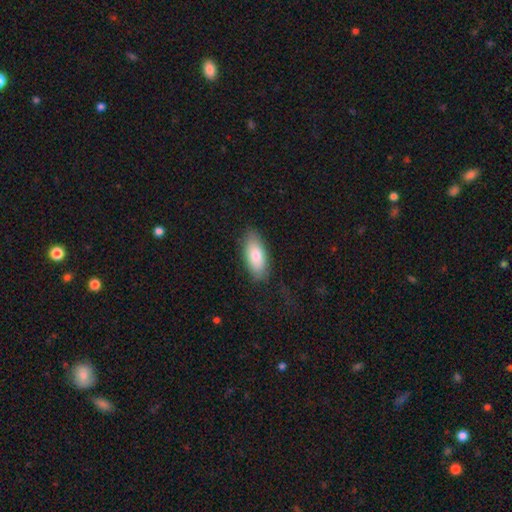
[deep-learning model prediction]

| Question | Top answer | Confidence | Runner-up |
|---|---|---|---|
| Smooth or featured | smooth | 78% | featured or disk (16%) |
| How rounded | in between | 84% | cigar-shaped (14%) |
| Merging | none | 82% | minor disturbance (13%) |